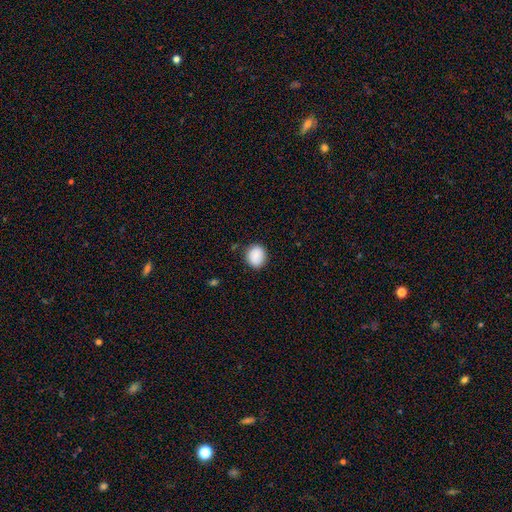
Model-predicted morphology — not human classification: smooth_or_featured: smooth (p=0.88) [alt: star or artifact p=0.08]
how_rounded: round (p=0.68) [alt: in between p=0.31]
merging: none (p=0.85) [alt: minor disturbance p=0.11]